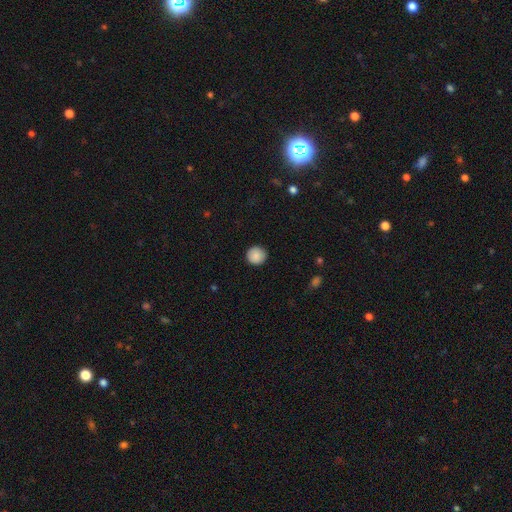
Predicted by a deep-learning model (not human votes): This appears to be a smooth galaxy with no disk features (89%) that is round (95%). Merging: none (91%).